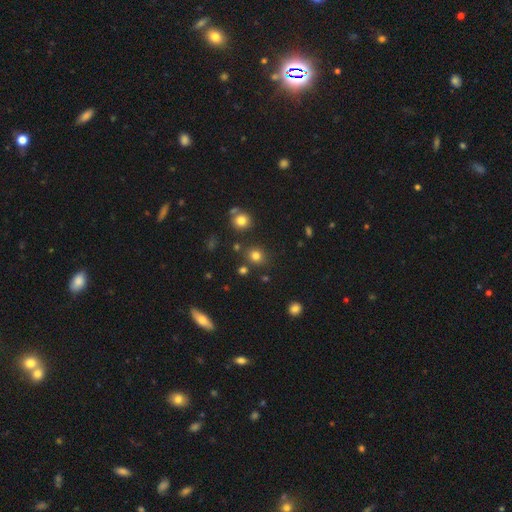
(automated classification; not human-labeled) Smooth or featured?
  - smooth: 78% *
  - star or artifact: 15%
  - featured or disk: 6%
How rounded?
  - round: 80% *
  - in between: 19%
  - cigar-shaped: 1%
Merging?
  - none: 82% *
  - minor disturbance: 9%
  - merger: 6%
  - major disturbance: 3%